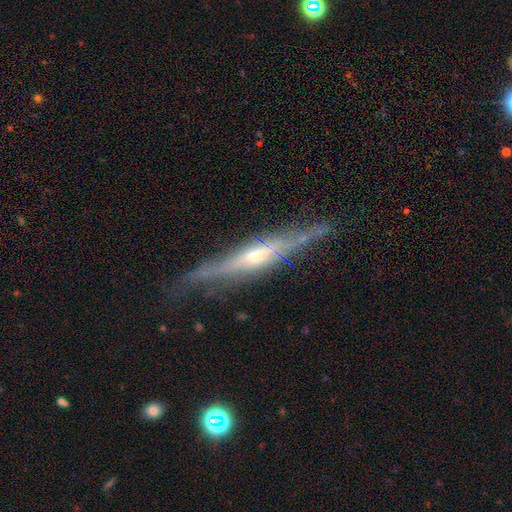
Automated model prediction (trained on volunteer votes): featured or disk 81%, smooth 14%, star or artifact 6%. Down the decision tree: edge-on disk — yes (93%); edge-on bulge — rounded (70%); merging — none (76%).